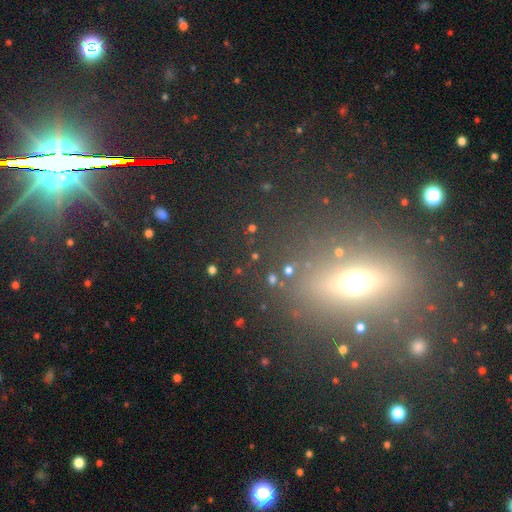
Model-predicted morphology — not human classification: A star or artifact, not a galaxy (51%).